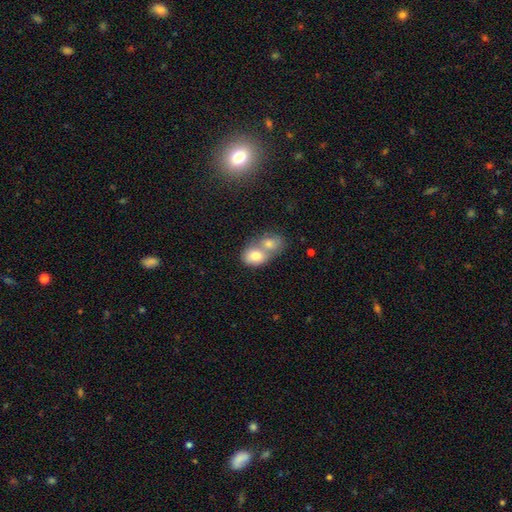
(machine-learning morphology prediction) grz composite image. It shows a smooth galaxy with no disk features (75%) that is in between round and cigar-shaped (52%). Merging: merger (71%).